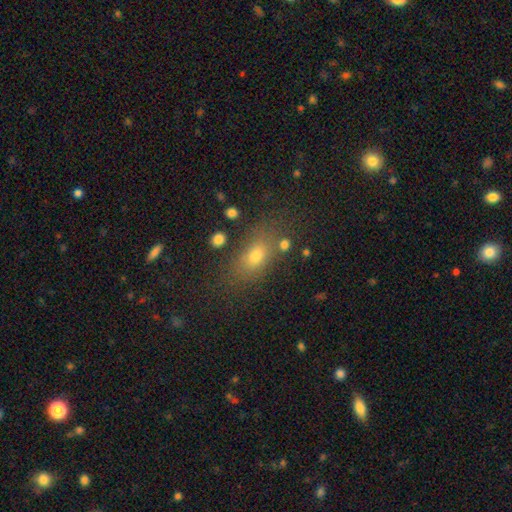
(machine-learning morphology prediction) smooth-or-featured: smooth: 71% | star or artifact: 15% | featured or disk: 13%
  how-rounded: in between: 75% | round: 17% | cigar-shaped: 8%
  merging: none: 71% | minor disturbance: 15% | major disturbance: 7% | merger: 6%